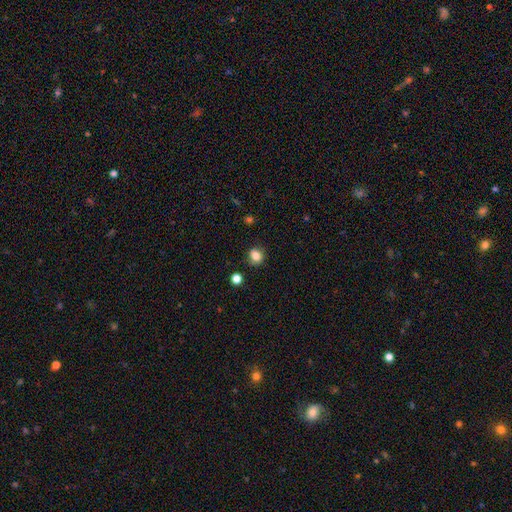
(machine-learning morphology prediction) Smooth or featured: smooth — 82% (star or artifact — 11%)
How rounded: round — 61% (in between — 38%)
Merging: none — 76% (minor disturbance — 17%)